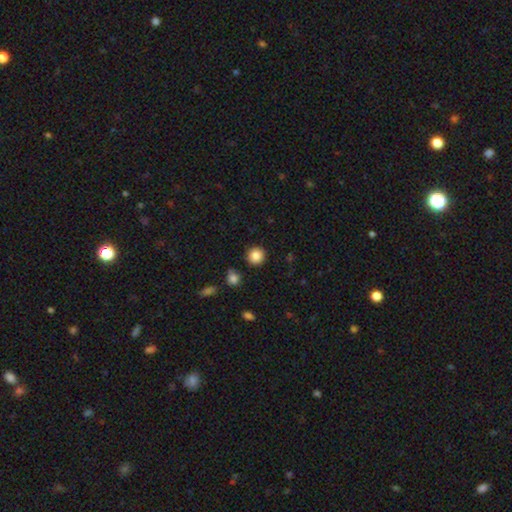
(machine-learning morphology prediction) This is clearly a smooth galaxy (85%). How rounded: clearly round (92%). Merging: clearly none (89%).